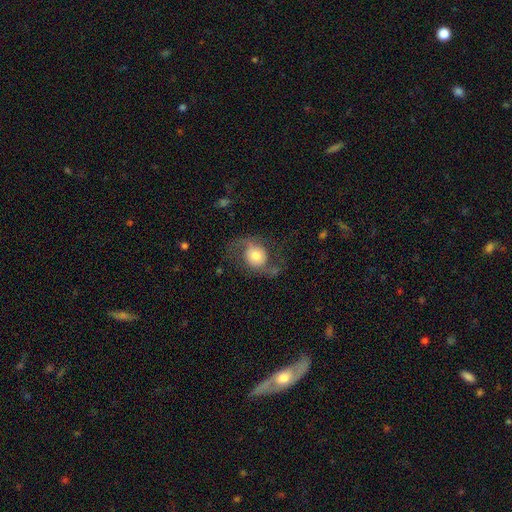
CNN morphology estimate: featured or disk 67%, smooth 25%, star or artifact 7%. Down the decision tree: edge-on disk — no (97%); bar — no (70%); spiral arms — yes (89%); spiral arm count — 2 (92%); spiral winding — loose (57%); bulge size — moderate (51%); merging — none (65%).